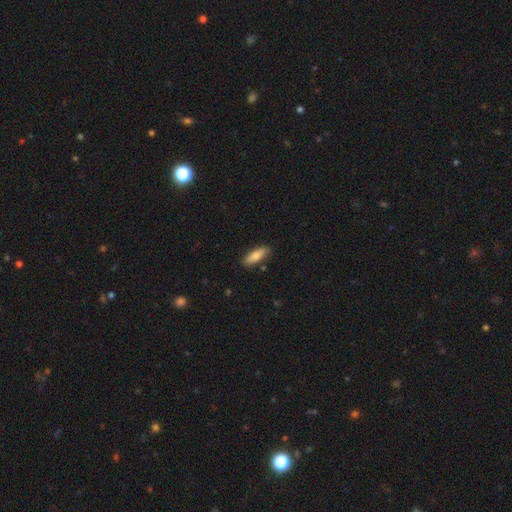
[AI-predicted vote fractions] smooth_or_featured: smooth (p=0.81) [alt: featured or disk p=0.13]
how_rounded: in between (p=0.62) [alt: cigar-shaped p=0.36]
merging: none (p=0.85) [alt: minor disturbance p=0.11]